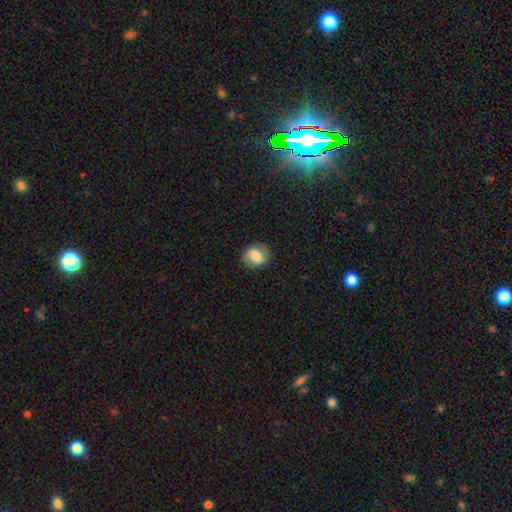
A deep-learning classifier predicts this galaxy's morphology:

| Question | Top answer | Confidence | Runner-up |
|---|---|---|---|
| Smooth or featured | smooth | 57% | featured or disk (34%) |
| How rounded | round | 58% | in between (40%) |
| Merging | none | 83% | minor disturbance (12%) |